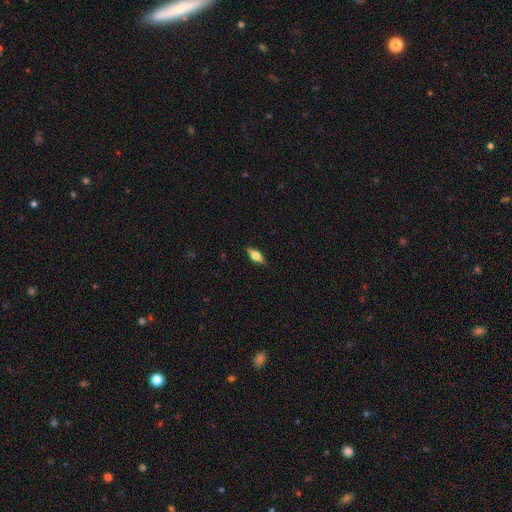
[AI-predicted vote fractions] Q: Smooth or featured?
A: smooth (47%); runner-up: featured or disk (45%)
Q: Merging?
A: none (88%); runner-up: minor disturbance (9%)